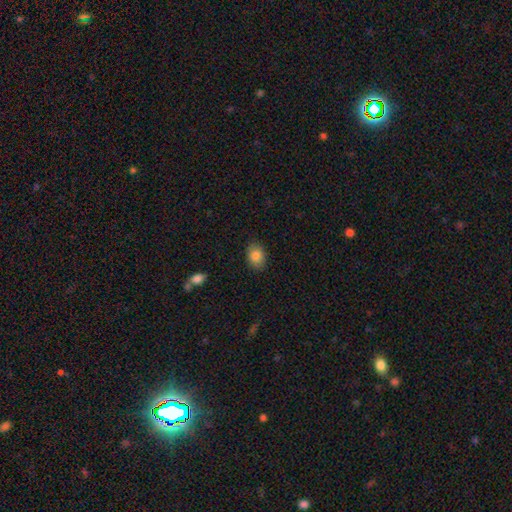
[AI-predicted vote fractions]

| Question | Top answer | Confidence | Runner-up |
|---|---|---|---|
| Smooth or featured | smooth | 85% | star or artifact (8%) |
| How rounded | in between | 71% | round (28%) |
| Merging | none | 86% | minor disturbance (10%) |